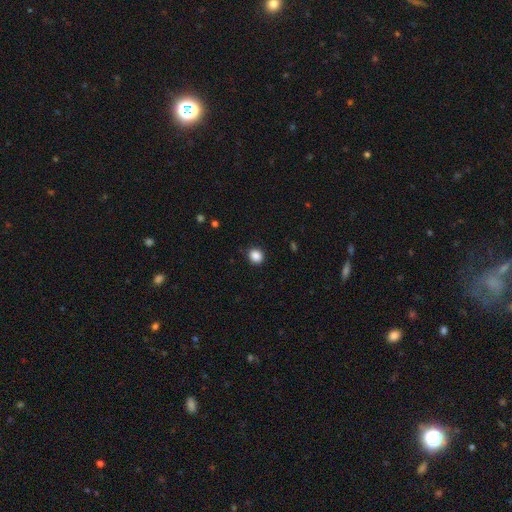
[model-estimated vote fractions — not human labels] Smooth or featured? smooth (87%)
How rounded? round (83%)
Merging? none (88%)